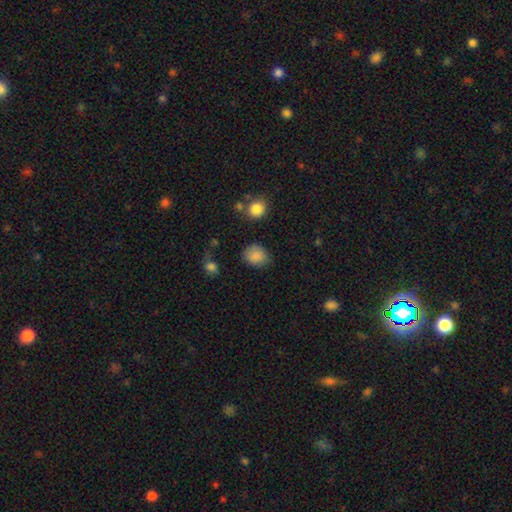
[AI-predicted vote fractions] Smooth or featured? smooth (86%)
How rounded? round (63%)
Merging? none (75%)